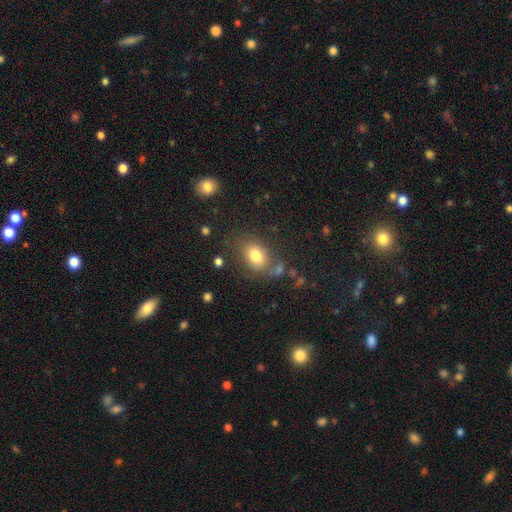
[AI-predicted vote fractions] A smooth galaxy with no disk features (78%) that is in between round and cigar-shaped (64%). Merging: none (67%).